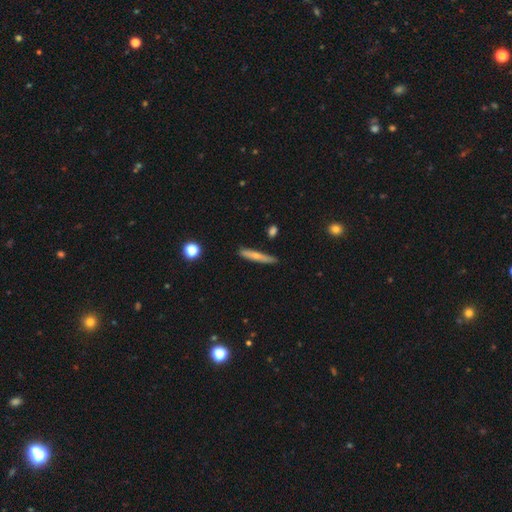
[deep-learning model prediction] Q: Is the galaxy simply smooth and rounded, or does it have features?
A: smooth — 61%.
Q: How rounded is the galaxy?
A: cigar-shaped — 91%.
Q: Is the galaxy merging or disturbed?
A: none — 82%.